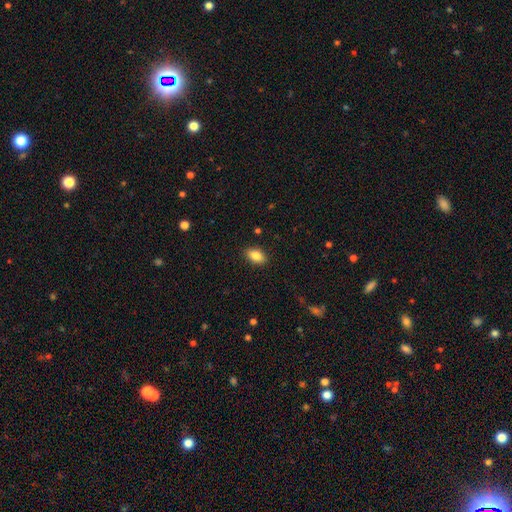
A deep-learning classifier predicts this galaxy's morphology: type=smooth (86%); roundness=in between (90%); merging=none (89%).